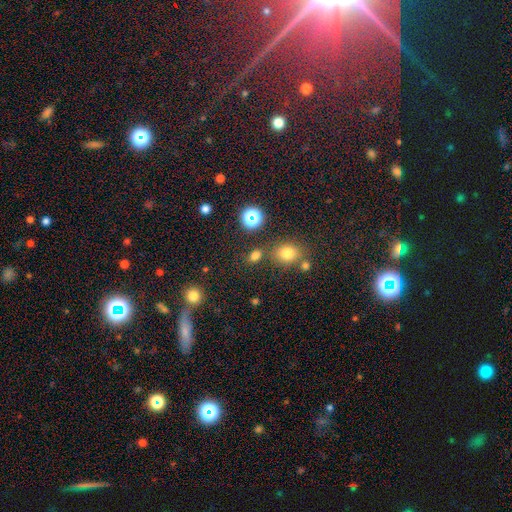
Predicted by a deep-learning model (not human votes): smooth_or_featured: smooth (p=0.64) [alt: star or artifact p=0.27]
how_rounded: round (p=0.64) [alt: in between p=0.34]
merging: none (p=0.75) [alt: merger p=0.11]